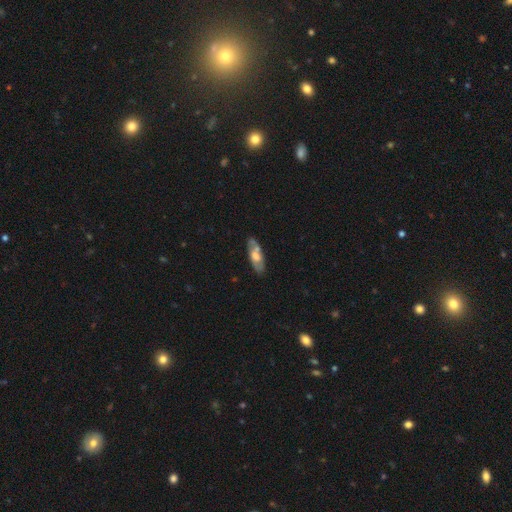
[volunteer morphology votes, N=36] This appears to be a smooth galaxy with no disk features (50%) that is in between round and cigar-shaped (61%). Merging: none (68%).